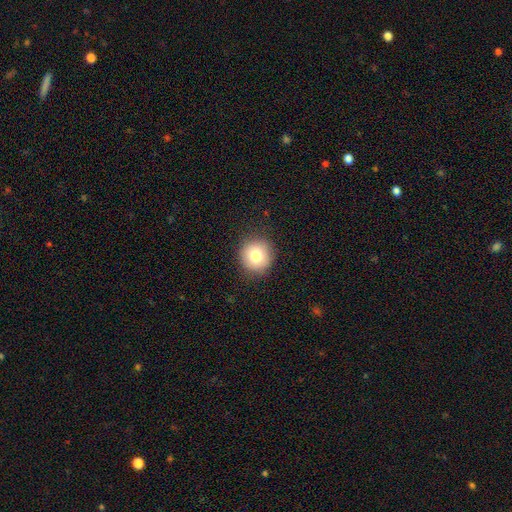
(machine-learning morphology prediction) Smooth or featured: smooth — 78% (featured or disk — 11%)
How rounded: round — 93% (in between — 6%)
Merging: none — 88% (minor disturbance — 8%)